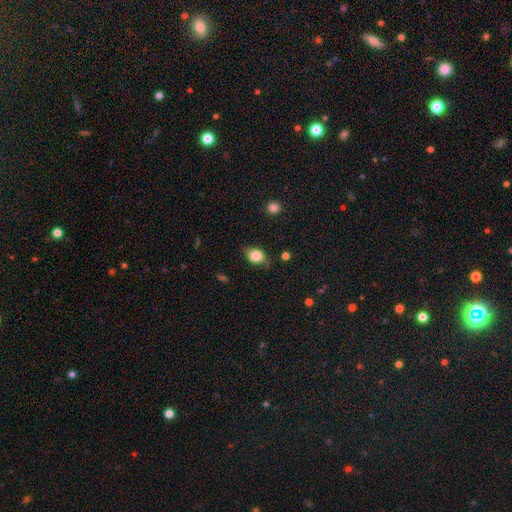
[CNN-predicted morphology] smooth-or-featured: smooth: 78% | featured or disk: 13% | star or artifact: 9%
  how-rounded: in between: 63% | round: 35% | cigar-shaped: 2%
  merging: none: 71% | minor disturbance: 22% | major disturbance: 5% | merger: 1%